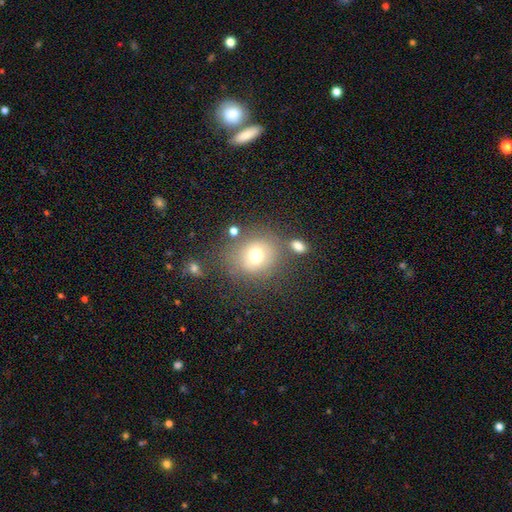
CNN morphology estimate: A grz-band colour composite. It shows a smooth galaxy with no disk features (70%) that is round (80%). Merging: none (69%).